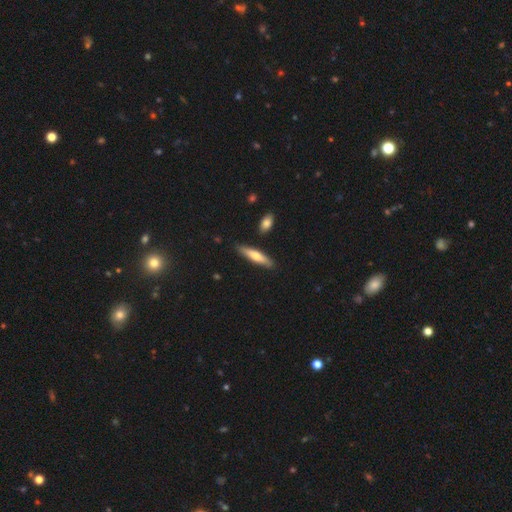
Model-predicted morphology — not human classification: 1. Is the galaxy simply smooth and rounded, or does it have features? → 61% smooth, 33% featured or disk, 6% star or artifact.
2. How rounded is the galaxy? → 81% cigar-shaped, 18% in between, 2% round.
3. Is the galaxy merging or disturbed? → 84% none, 11% minor disturbance, 3% merger, 2% major disturbance.